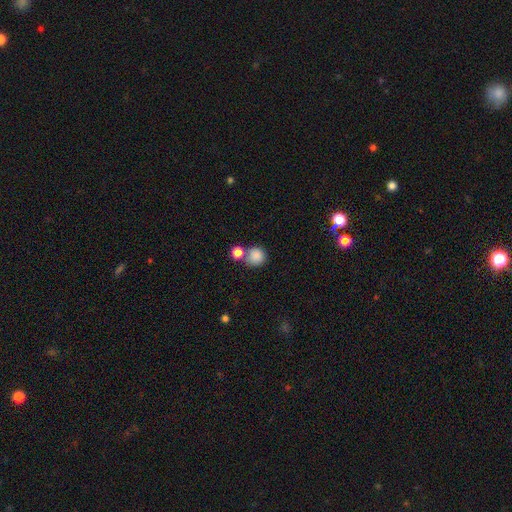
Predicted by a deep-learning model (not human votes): Smooth or featured: smooth — 84% (star or artifact — 11%)
How rounded: round — 91% (in between — 8%)
Merging: none — 63% (merger — 24%)